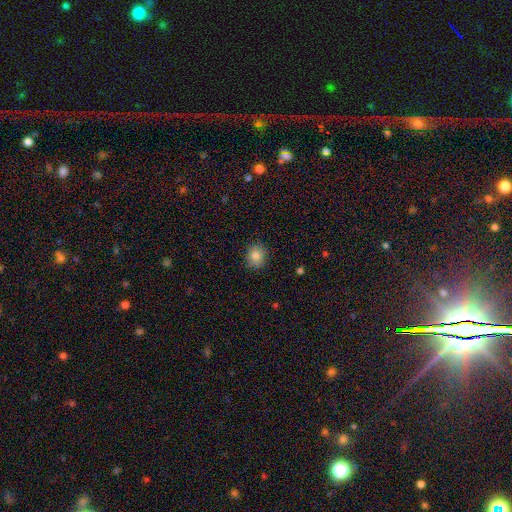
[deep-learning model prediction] Smooth or featured? smooth (83%)
How rounded? round (71%)
Merging? none (87%)